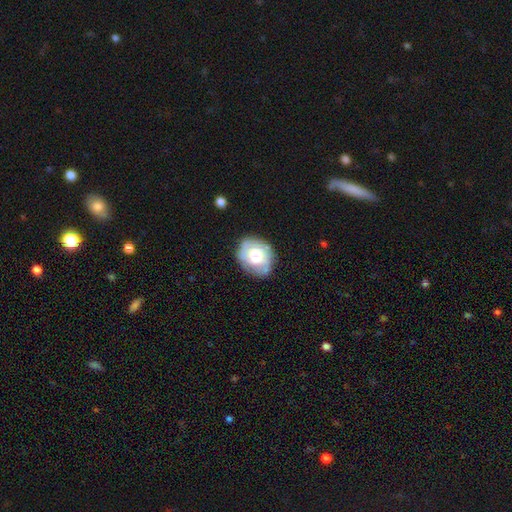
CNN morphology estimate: A featured or disk galaxy (47%).

Vote fractions:
- Smooth or featured? featured or disk: 47% / smooth: 46% / star or artifact: 7%
- Merging? none: 73% / minor disturbance: 19% / major disturbance: 6% / merger: 2%